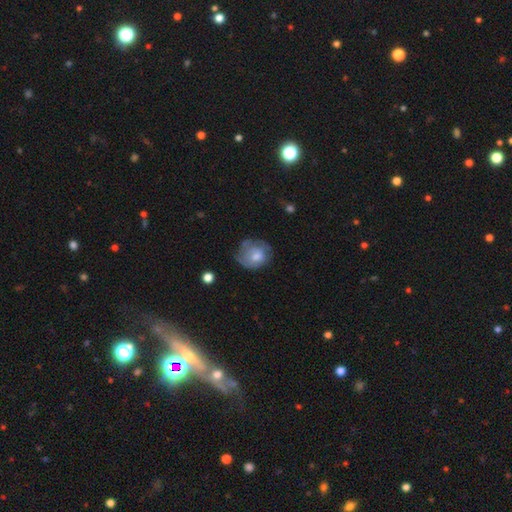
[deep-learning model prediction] Overall: smooth (50%; featured or disk 43%). Merging: none (53%; minor disturbance 28%).